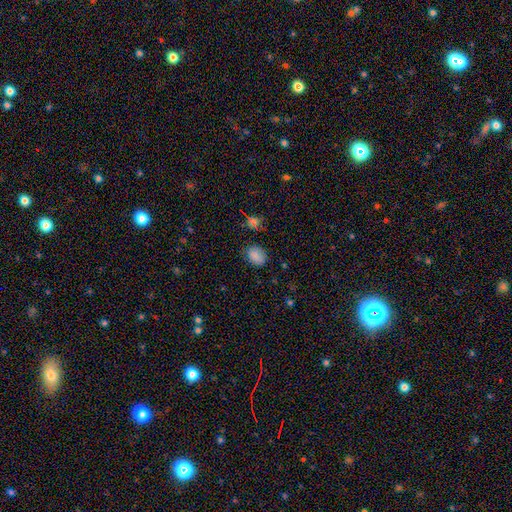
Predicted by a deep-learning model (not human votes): Q: Smooth or featured?
A: smooth (84%); runner-up: star or artifact (11%)
Q: How rounded?
A: in between (66%); runner-up: round (33%)
Q: Merging?
A: none (76%); runner-up: minor disturbance (18%)